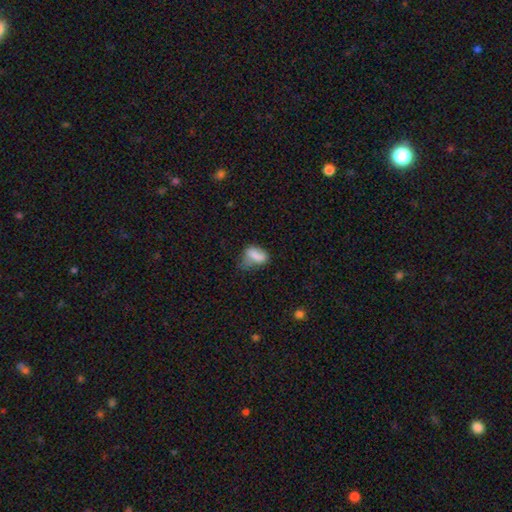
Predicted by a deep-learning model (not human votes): Overall: smooth (77%). How rounded: in between (84%). Merging: minor disturbance (37%; none 30%).